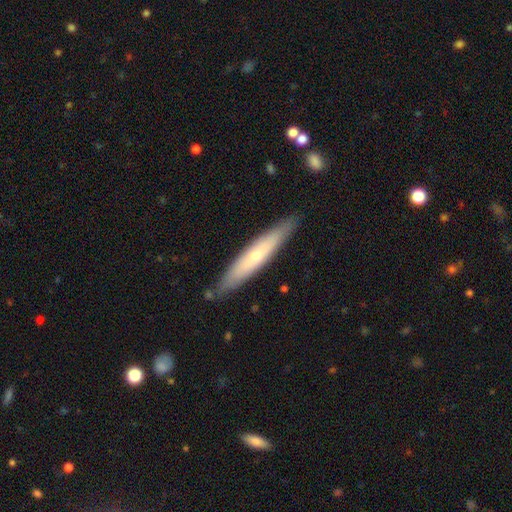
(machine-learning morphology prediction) smooth 49%, featured or disk 46%, star or artifact 6%. Down the decision tree: merging — none (86%).